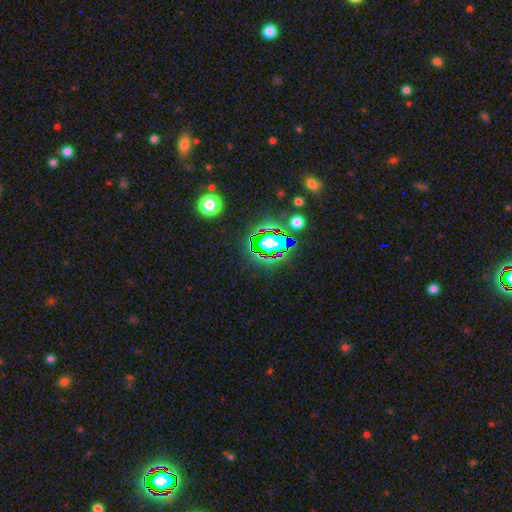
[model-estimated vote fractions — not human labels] Smooth or featured: star or artifact — 79% (smooth — 13%)